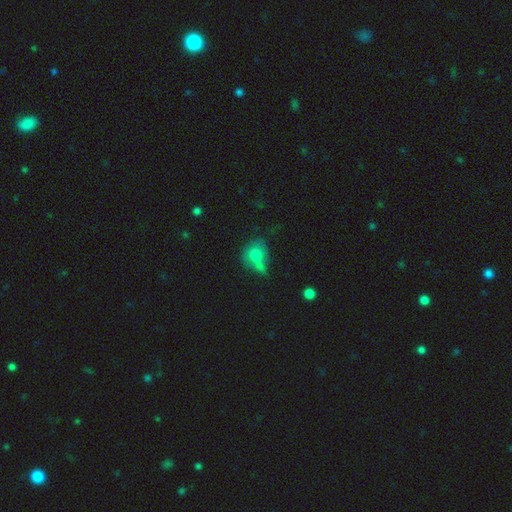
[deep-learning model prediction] smooth 72%, featured or disk 17%, star or artifact 11%. Down the decision tree: how rounded — round (53%); merging — merger (38%).